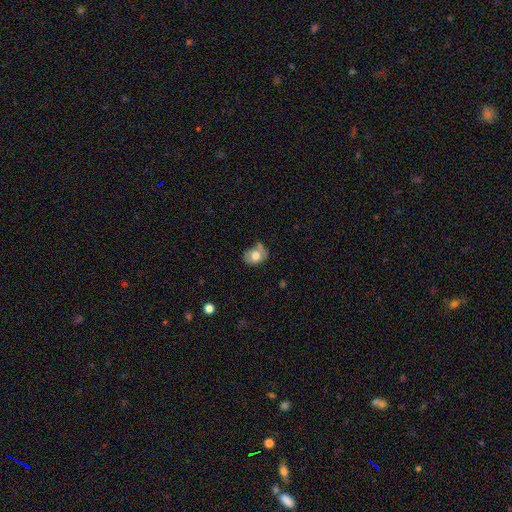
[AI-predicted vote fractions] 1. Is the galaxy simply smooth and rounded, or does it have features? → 69% smooth, 23% featured or disk, 8% star or artifact.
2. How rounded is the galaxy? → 63% in between, 36% round, 1% cigar-shaped.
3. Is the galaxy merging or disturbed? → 49% none, 30% minor disturbance, 12% merger, 9% major disturbance.